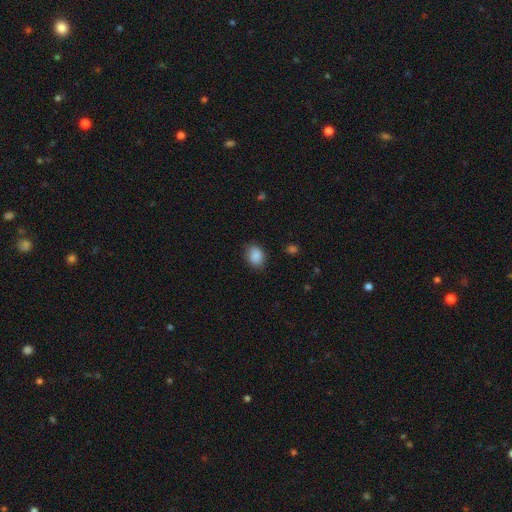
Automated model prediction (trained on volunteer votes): Q: Smooth or featured?
A: smooth (88%); runner-up: star or artifact (8%)
Q: How rounded?
A: in between (60%); runner-up: round (39%)
Q: Merging?
A: none (80%); runner-up: minor disturbance (16%)